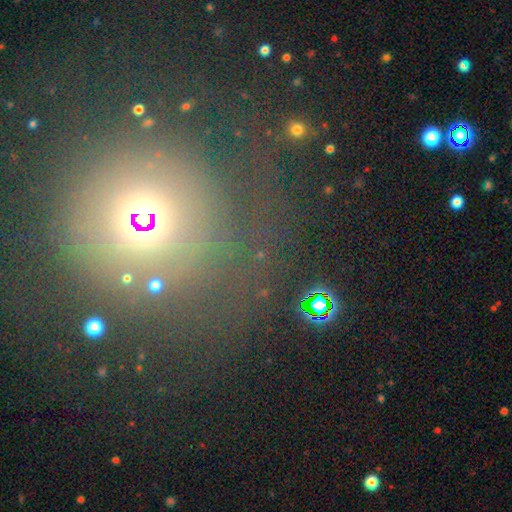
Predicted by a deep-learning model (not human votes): A star or artifact, not a galaxy (49%).